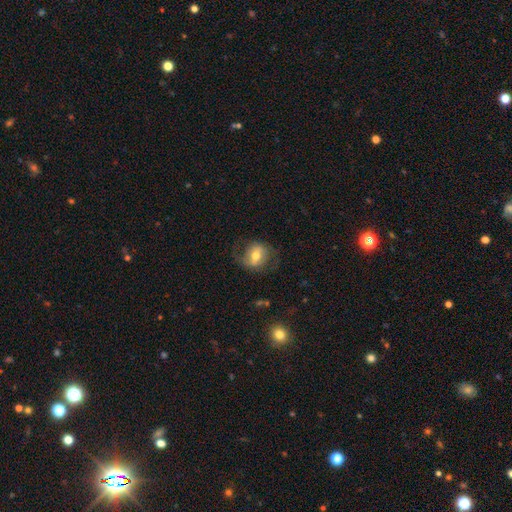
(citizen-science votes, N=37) Smooth or featured?
  - featured or disk: 57% *
  - smooth: 38%
  - star or artifact: 5%
Edge-on disk?
  - no: 100% *
  - yes: 0%
Bar?
  - strong: 48% *
  - weak: 43%
  - no: 10%
Spiral arms?
  - yes: 86% *
  - no: 14%
Spiral winding?
  - medium: 39% * (tied)
  - loose: 39% * (tied)
  - tight: 22%
Spiral arm count?
  - 2: 94% *
  - more than 4: 6%
  - 1: 0%
  - 3: 0%
  - 4: 0%
  - can't tell: 0%
Bulge size?
  - moderate: 67% *
  - large: 14%
  - small: 14%
  - none: 5%
  - dominant: 0%
Merging?
  - none: 86% *
  - minor disturbance: 11%
  - merger: 3%
  - major disturbance: 0%